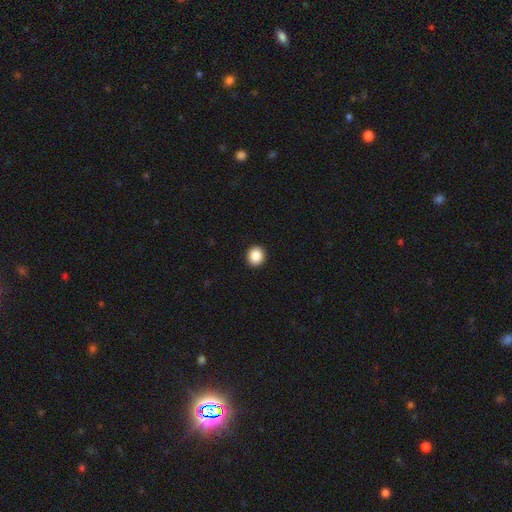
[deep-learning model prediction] smooth-or-featured: smooth: 88% | star or artifact: 9% | featured or disk: 3%
  how-rounded: round: 83% | in between: 16% | cigar-shaped: 1%
  merging: none: 93% | minor disturbance: 5% | major disturbance: 2% | merger: 1%